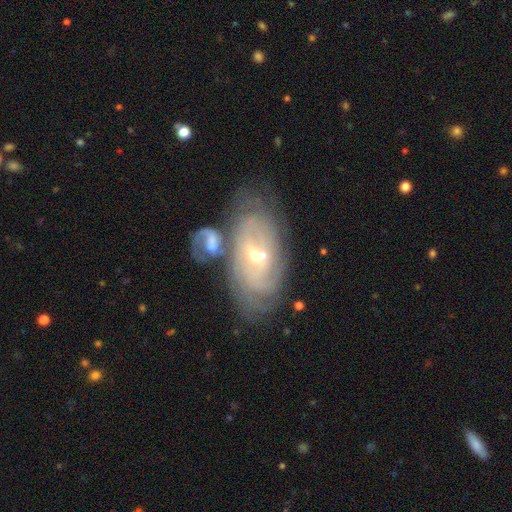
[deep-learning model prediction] Q: Smooth or featured?
A: featured or disk (81%); runner-up: smooth (12%)
Q: Edge-on disk?
A: no (93%); runner-up: yes (7%)
Q: Bar?
A: weak (49%); runner-up: no (33%)
Q: Spiral arms?
A: yes (89%); runner-up: no (11%)
Q: Spiral winding?
A: tight (71%); runner-up: medium (22%)
Q: Spiral arm count?
A: can't tell (56%); runner-up: 2 (15%)
Q: Bulge size?
A: small (50%); runner-up: moderate (45%)
Q: Merging?
A: none (55%); runner-up: merger (21%)